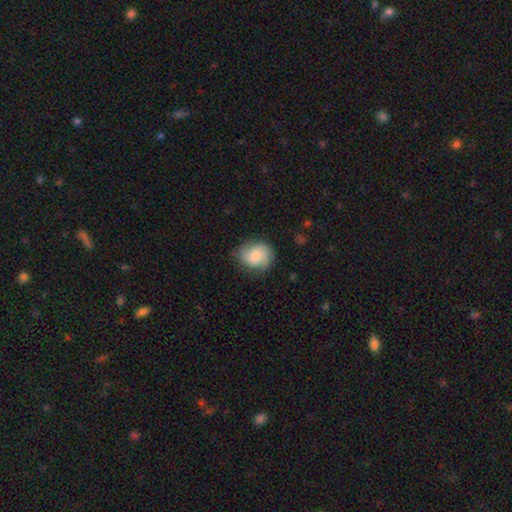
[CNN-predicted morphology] This appears to be a smooth galaxy with no disk features (54%) that is round (66%). Merging: none (68%).